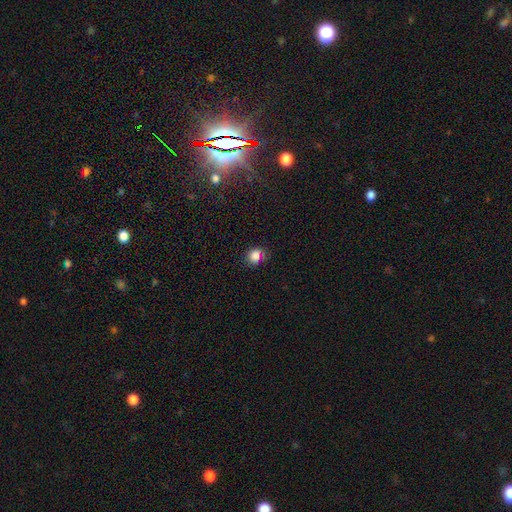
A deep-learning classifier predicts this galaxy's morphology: smooth 80%, star or artifact 16%, featured or disk 4%. Down the decision tree: how rounded — round (72%); merging — none (77%).